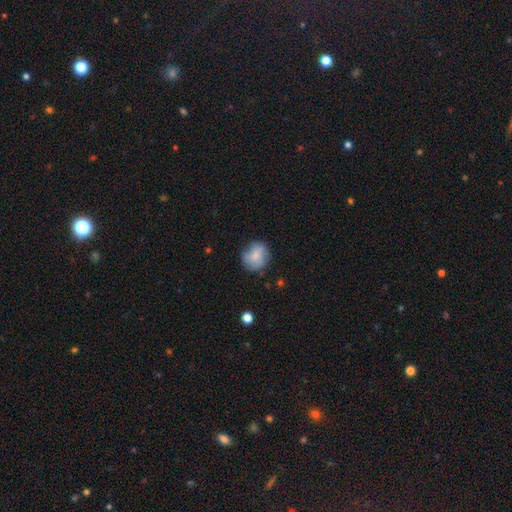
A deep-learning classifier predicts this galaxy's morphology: smooth-or-featured: smooth: 74% | featured or disk: 18% | star or artifact: 8%
  how-rounded: round: 82% | in between: 17% | cigar-shaped: 1%
  merging: none: 74% | minor disturbance: 19% | major disturbance: 5% | merger: 2%